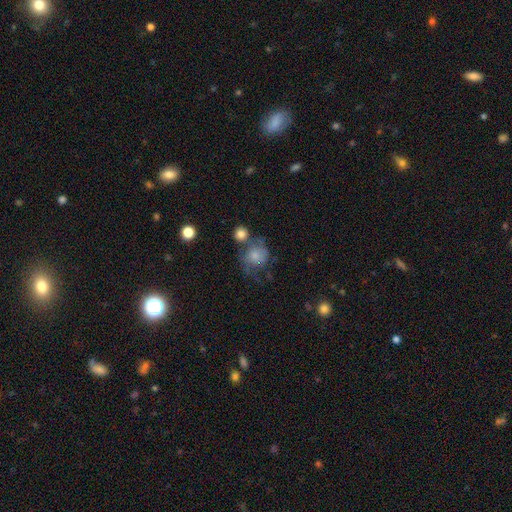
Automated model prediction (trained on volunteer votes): Overall: smooth (61%; featured or disk 31%). How rounded: round (75%). Merging: none (37%; major disturbance 22%).